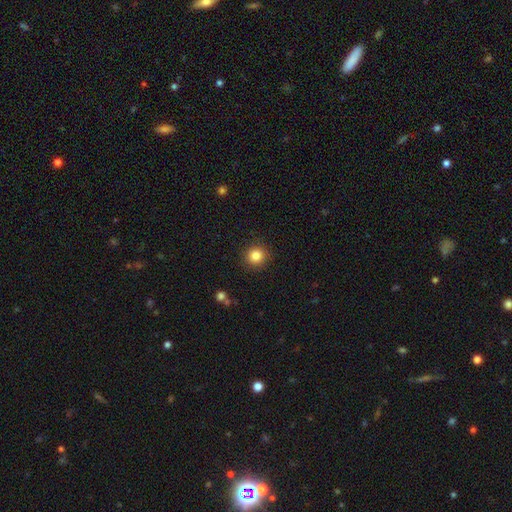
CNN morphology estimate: The model was most divided on "smooth or featured": smooth: 84%, star or artifact: 11%, featured or disk: 5%. More confident: how rounded — round (93%); merging — none (90%).